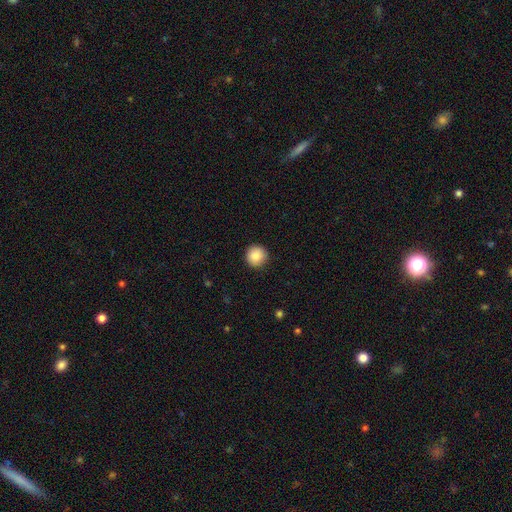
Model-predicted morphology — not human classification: type=smooth (88%); roundness=round (96%); merging=none (91%).